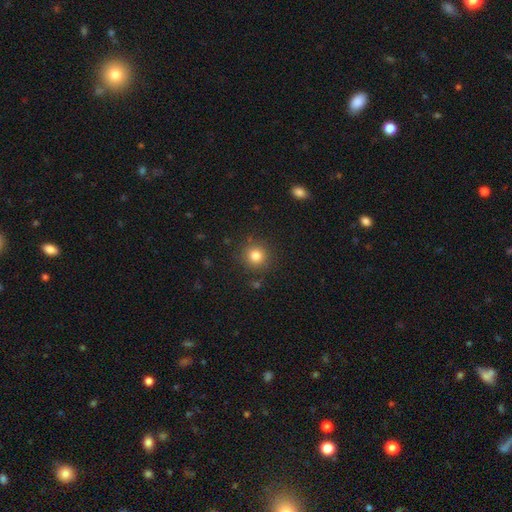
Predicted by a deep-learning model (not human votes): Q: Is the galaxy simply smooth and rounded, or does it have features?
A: smooth — 81%.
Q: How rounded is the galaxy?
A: round — 93%.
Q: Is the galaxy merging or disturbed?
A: none — 88%.